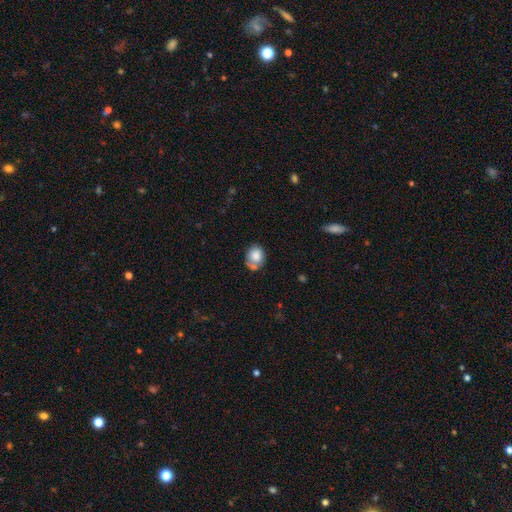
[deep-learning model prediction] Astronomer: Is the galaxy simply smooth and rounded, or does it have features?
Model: smooth — 80%.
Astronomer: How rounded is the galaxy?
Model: round — 56% (runner-up: in between, 43%).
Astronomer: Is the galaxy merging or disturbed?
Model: none — 48% (runner-up: merger, 24%).